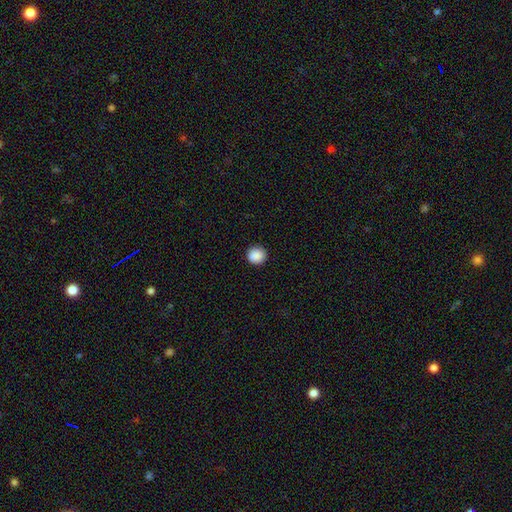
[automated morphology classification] Smooth or featured: smooth — 89% (star or artifact — 9%)
How rounded: round — 93% (in between — 6%)
Merging: none — 92% (minor disturbance — 5%)